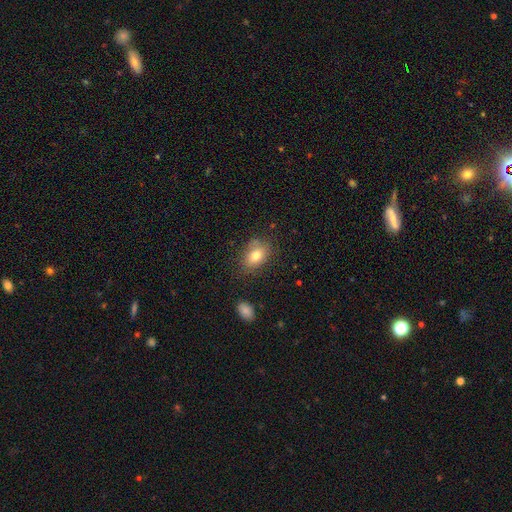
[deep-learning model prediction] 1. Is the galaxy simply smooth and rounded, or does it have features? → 77% smooth, 14% featured or disk, 10% star or artifact.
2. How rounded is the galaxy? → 80% in between, 18% round, 2% cigar-shaped.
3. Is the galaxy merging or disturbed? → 74% none, 18% minor disturbance, 5% major disturbance, 3% merger.